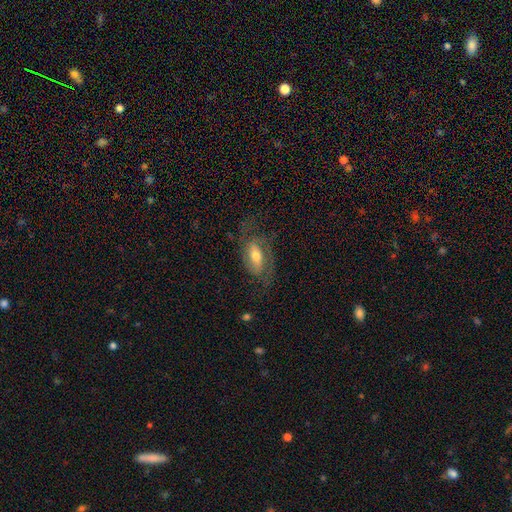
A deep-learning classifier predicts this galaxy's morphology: Smooth or featured?
  - featured or disk: 65% *
  - smooth: 28%
  - star or artifact: 7%
Edge-on disk?
  - no: 92% *
  - yes: 8%
Bar?
  - weak: 38% *
  - no: 37%
  - strong: 25%
Spiral arms?
  - yes: 85% *
  - no: 15%
Spiral winding?
  - medium: 47% *
  - loose: 30%
  - tight: 23%
Spiral arm count?
  - 2: 76% *
  - can't tell: 11%
  - 1: 7%
  - 3: 3%
  - 4: 1%
  - more than 4: 1%
Bulge size?
  - moderate: 63% *
  - small: 24%
  - large: 10%
  - none: 2%
  - dominant: 2%
Merging?
  - none: 59% *
  - major disturbance: 20%
  - minor disturbance: 19%
  - merger: 2%